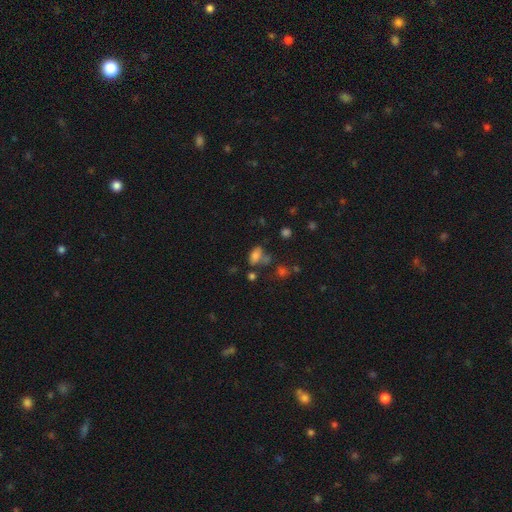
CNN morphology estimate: This is likely a smooth galaxy (74%). How rounded: clearly in between (87%). Merging: possibly none (48%).